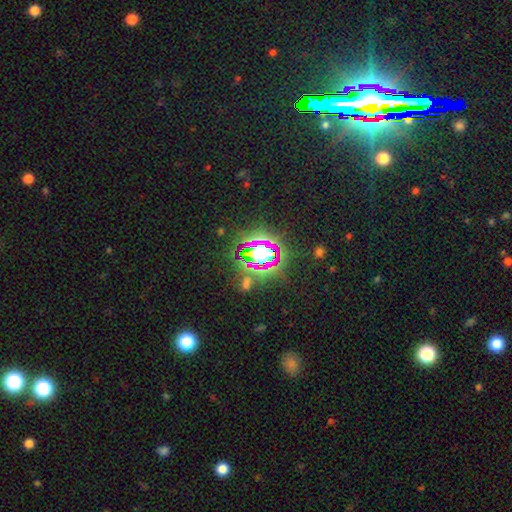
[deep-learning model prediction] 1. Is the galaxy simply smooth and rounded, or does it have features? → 68% star or artifact, 20% smooth, 12% featured or disk.